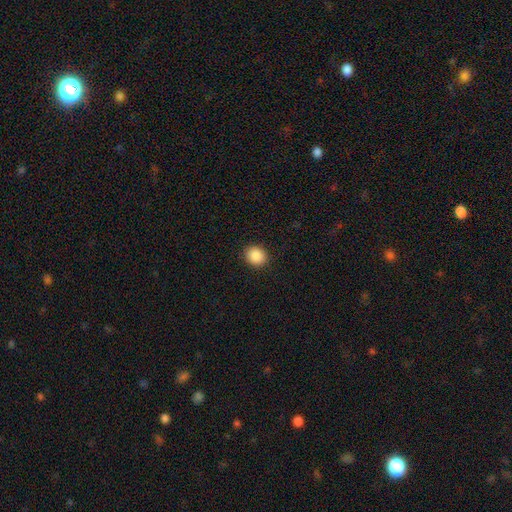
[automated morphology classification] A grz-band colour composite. It shows a smooth galaxy with no disk features (89%) that is round (70%). Merging: none (91%).